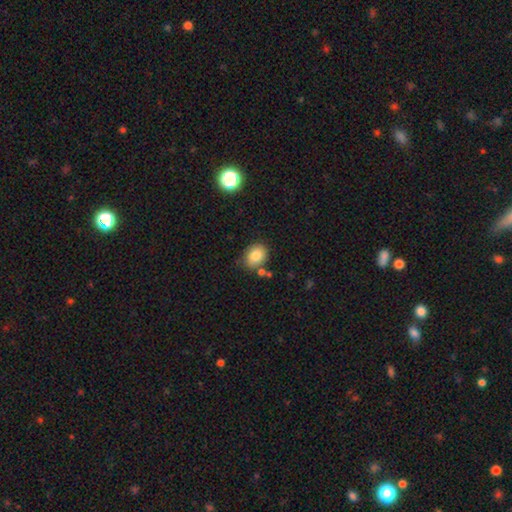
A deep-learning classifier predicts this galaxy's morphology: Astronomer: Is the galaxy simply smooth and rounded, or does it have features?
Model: smooth — 82%.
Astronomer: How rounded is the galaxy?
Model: in between — 54% (runner-up: round, 45%).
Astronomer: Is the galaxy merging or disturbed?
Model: none — 74%.